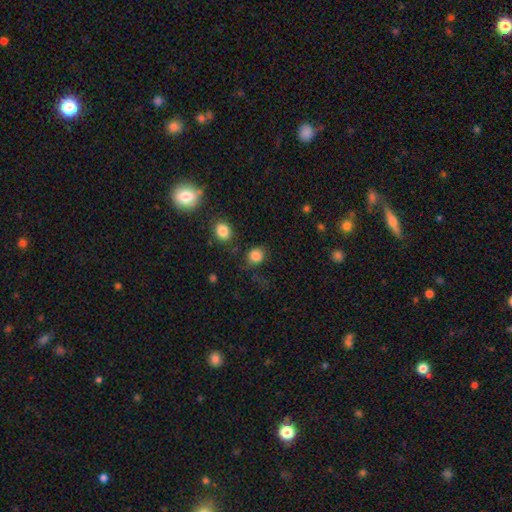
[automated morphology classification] Smooth or featured: smooth — 83% (star or artifact — 12%)
How rounded: round — 75% (in between — 24%)
Merging: none — 72% (minor disturbance — 16%)